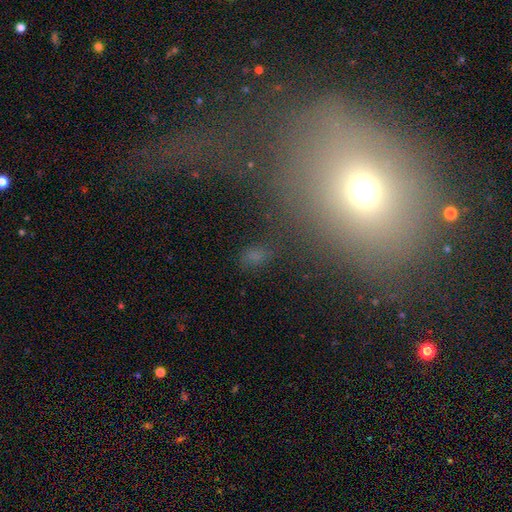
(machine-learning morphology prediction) smooth 50%, star or artifact 35%, featured or disk 15%. Down the decision tree: how rounded — in between (75%); merging — none (67%).